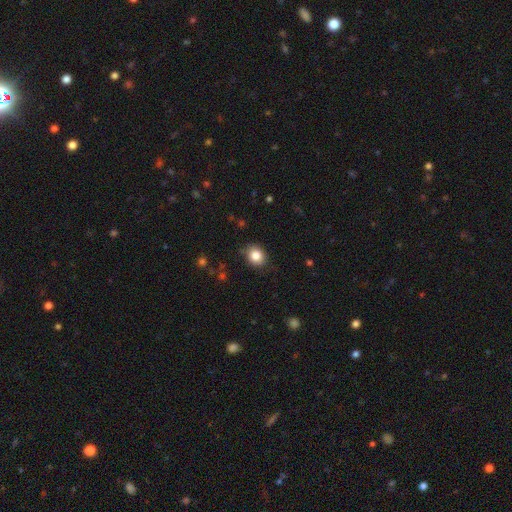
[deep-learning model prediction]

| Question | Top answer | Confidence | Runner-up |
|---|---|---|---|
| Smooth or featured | smooth | 84% | star or artifact (10%) |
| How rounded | round | 65% | in between (35%) |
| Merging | none | 83% | minor disturbance (13%) |